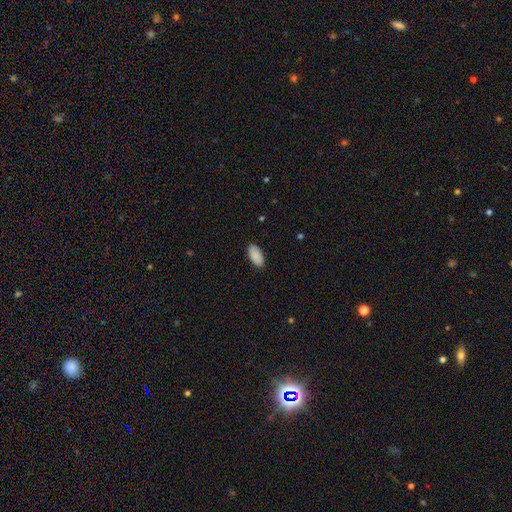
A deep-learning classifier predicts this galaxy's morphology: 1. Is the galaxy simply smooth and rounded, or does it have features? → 90% smooth, 6% star or artifact, 4% featured or disk.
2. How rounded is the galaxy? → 94% in between, 5% cigar-shaped, 2% round.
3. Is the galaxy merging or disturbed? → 89% none, 9% minor disturbance, 2% major disturbance, 1% merger.